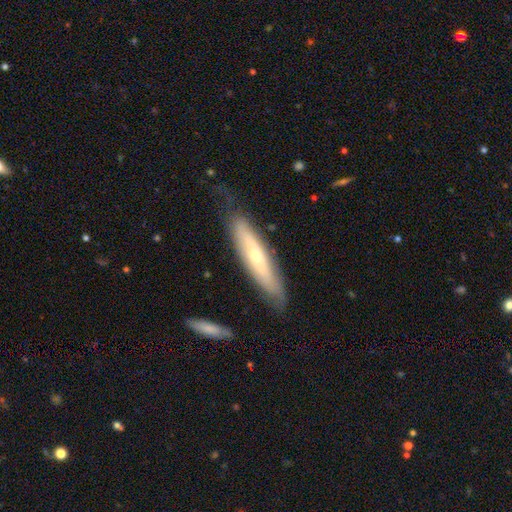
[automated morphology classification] type=featured or disk (55%); edge-on=yes (59%); merging=none (73%).